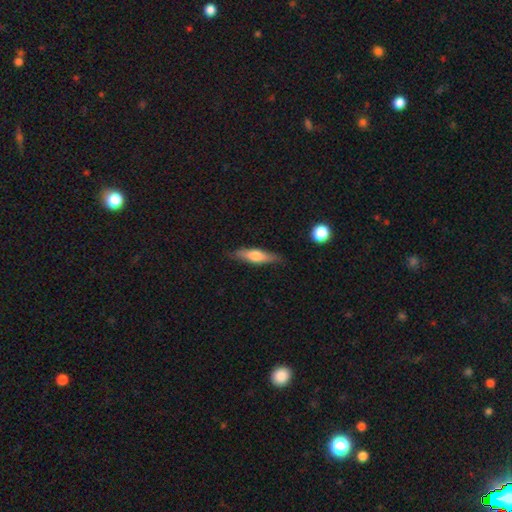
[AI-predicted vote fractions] Smooth or featured?
  - smooth: 57% *
  - featured or disk: 37%
  - star or artifact: 6%
How rounded?
  - cigar-shaped: 67% *
  - in between: 31%
  - round: 2%
Merging?
  - none: 83% *
  - minor disturbance: 13%
  - major disturbance: 3%
  - merger: 1%